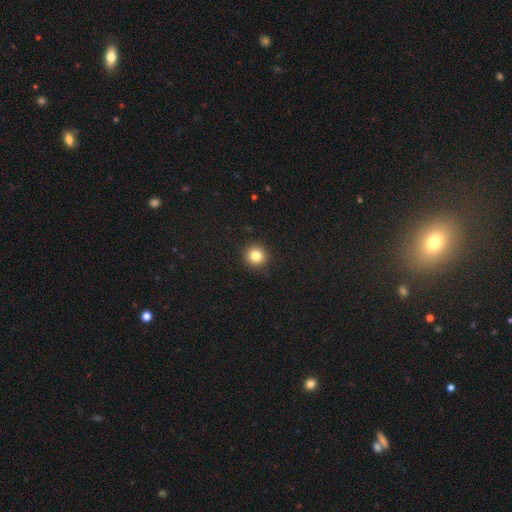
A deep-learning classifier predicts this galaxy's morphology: Q: Smooth or featured?
A: smooth (82%); runner-up: star or artifact (12%)
Q: How rounded?
A: round (94%); runner-up: in between (5%)
Q: Merging?
A: none (92%); runner-up: minor disturbance (5%)